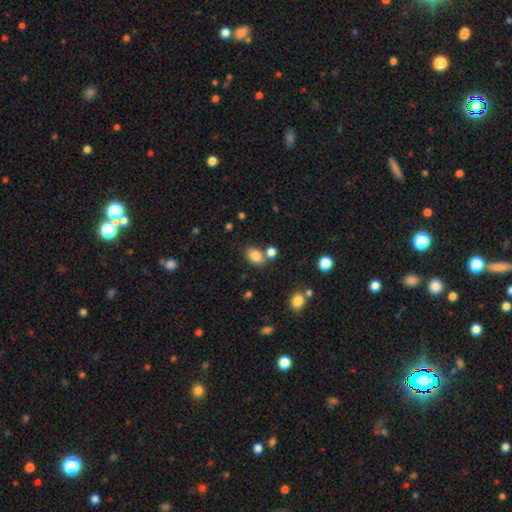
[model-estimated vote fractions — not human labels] Smooth or featured? smooth (83%)
How rounded? in between (77%)
Merging? none (65%)